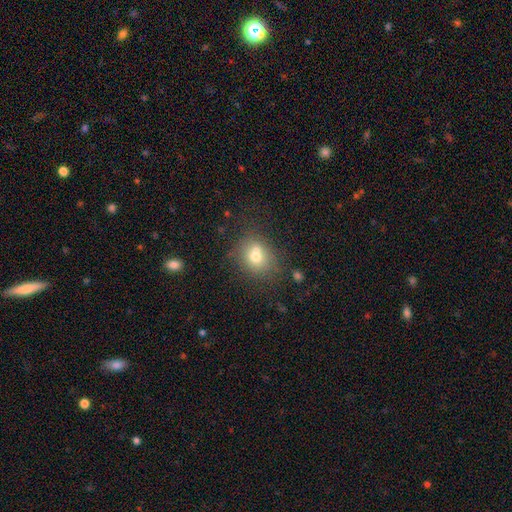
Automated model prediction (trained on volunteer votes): smooth_or_featured: smooth (p=0.69) [alt: featured or disk p=0.19]
how_rounded: round (p=0.66) [alt: in between p=0.33]
merging: none (p=0.50) [alt: merger p=0.32]